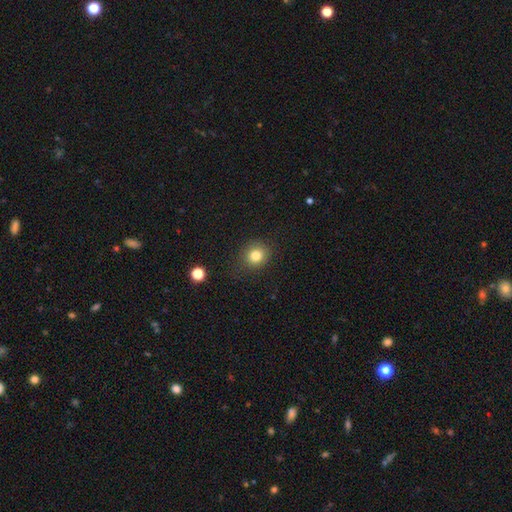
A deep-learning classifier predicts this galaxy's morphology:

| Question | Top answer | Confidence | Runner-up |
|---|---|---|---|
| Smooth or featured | smooth | 81% | star or artifact (12%) |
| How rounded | round | 79% | in between (20%) |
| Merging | none | 83% | minor disturbance (12%) |